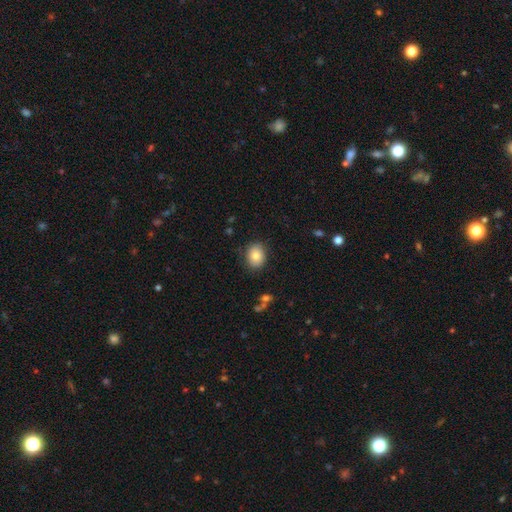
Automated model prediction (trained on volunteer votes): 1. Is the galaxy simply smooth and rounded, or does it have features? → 81% smooth, 10% featured or disk, 9% star or artifact.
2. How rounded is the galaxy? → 59% in between, 41% round, 1% cigar-shaped.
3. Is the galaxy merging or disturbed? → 84% none, 11% minor disturbance, 3% major disturbance, 1% merger.